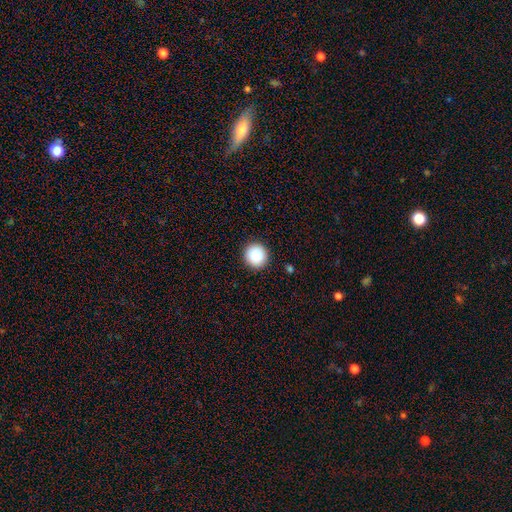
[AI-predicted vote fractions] smooth 87%, star or artifact 8%, featured or disk 4%. Down the decision tree: how rounded — round (94%); merging — none (92%).